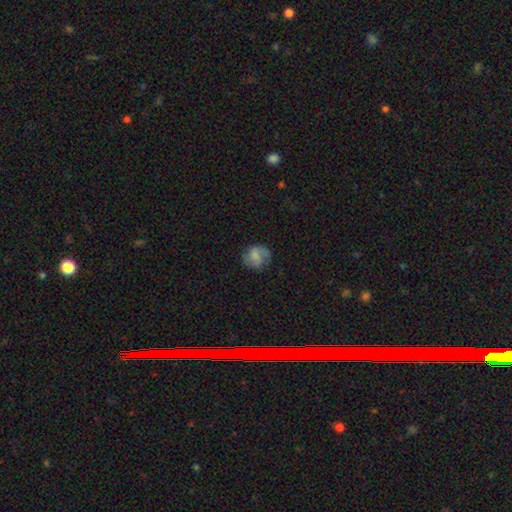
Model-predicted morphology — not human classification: Smooth or featured? smooth (56%)
How rounded? round (71%)
Merging? none (61%)